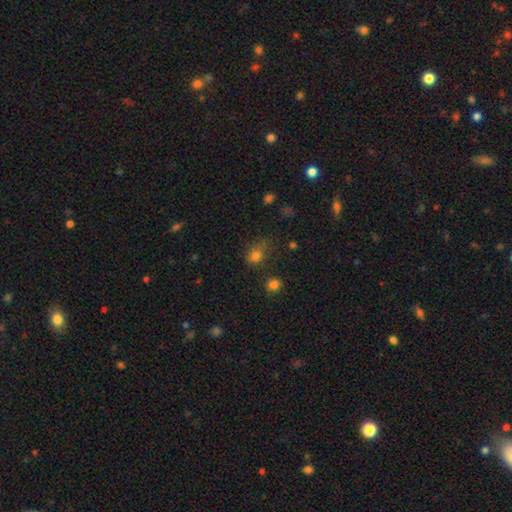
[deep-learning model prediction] Smooth or featured? smooth (77%)
How rounded? in between (53%)
Merging? none (49%)